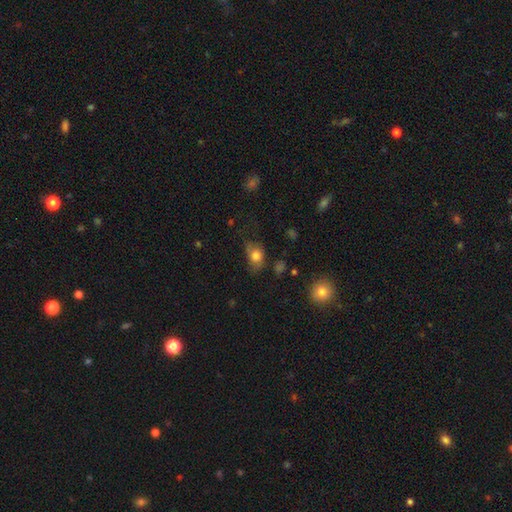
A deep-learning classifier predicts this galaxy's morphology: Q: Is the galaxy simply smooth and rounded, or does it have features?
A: smooth — 76%.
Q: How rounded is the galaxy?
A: in between — 65%.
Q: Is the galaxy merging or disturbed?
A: none — 46%.